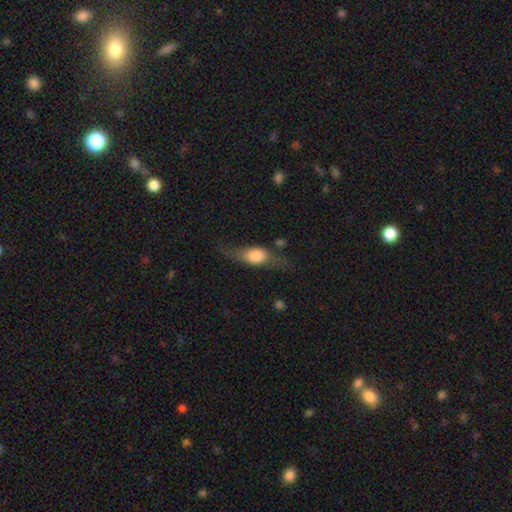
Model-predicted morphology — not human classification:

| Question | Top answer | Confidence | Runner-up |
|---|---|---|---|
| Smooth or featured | smooth | 52% | featured or disk (41%) |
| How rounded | in between | 59% | cigar-shaped (28%) |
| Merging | none | 57% | minor disturbance (24%) |